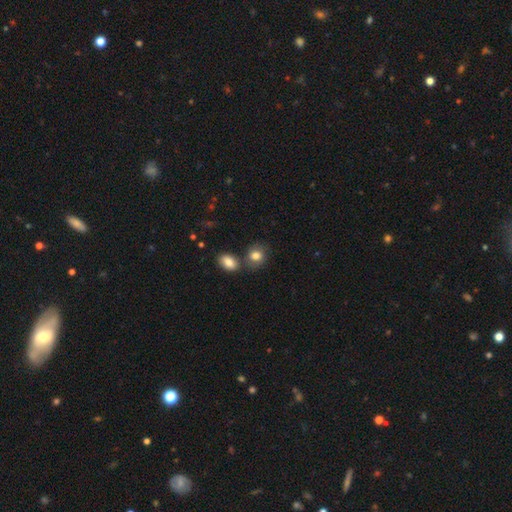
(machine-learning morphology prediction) type=smooth (82%); roundness=round (55%); merging=none (60%).